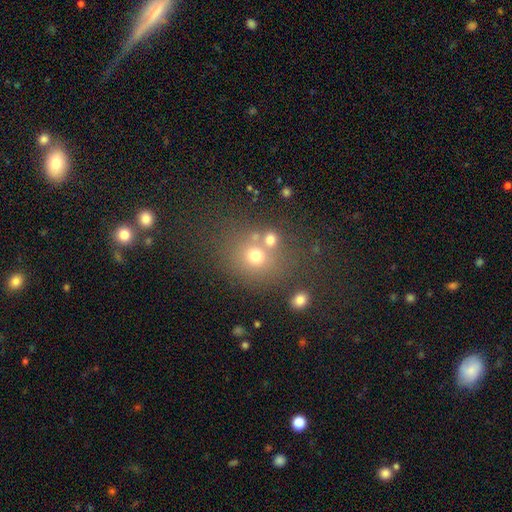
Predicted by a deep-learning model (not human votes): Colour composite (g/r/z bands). It shows a smooth galaxy with no disk features (67%) that is round (76%). Merging: none (61%).